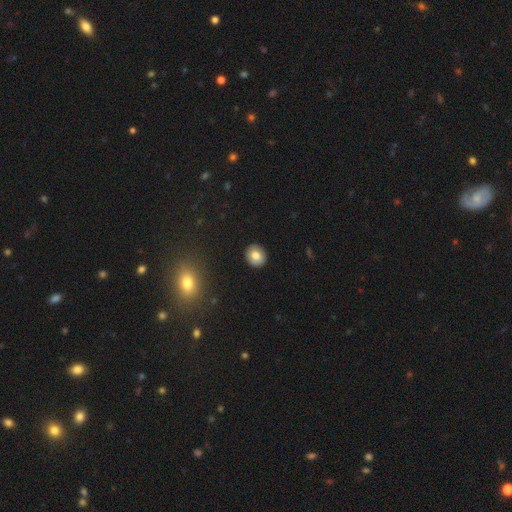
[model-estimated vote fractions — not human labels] Smooth or featured? Predicted: smooth (p=0.78). How rounded? Predicted: round (p=0.76). Merging? Predicted: none (p=0.91).